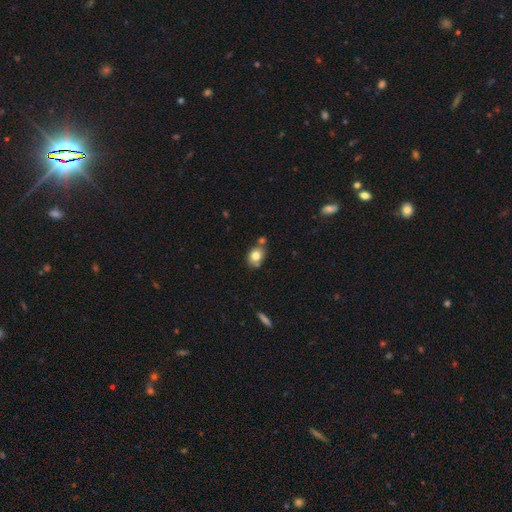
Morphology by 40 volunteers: type=smooth (88%); roundness=round (60%); merging=none (65%).